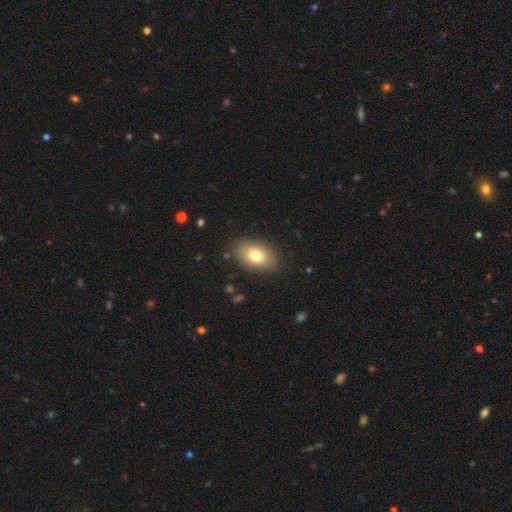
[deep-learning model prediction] smooth_or_featured: smooth (p=0.77) [alt: featured or disk p=0.15]
how_rounded: in between (p=0.89) [alt: round p=0.10]
merging: none (p=0.85) [alt: minor disturbance p=0.10]